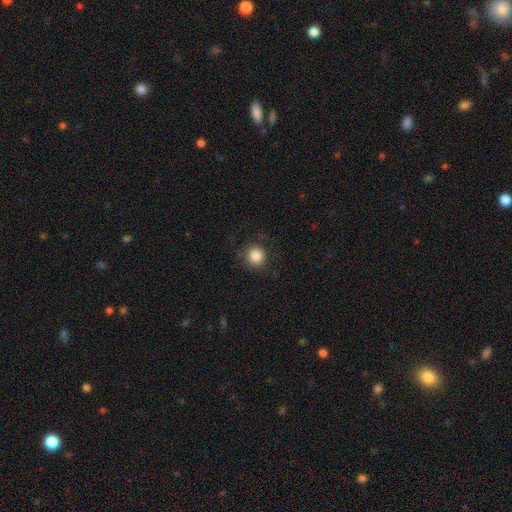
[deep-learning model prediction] Morphology: type=smooth (85%); roundness=round (92%); merging=none (85%).